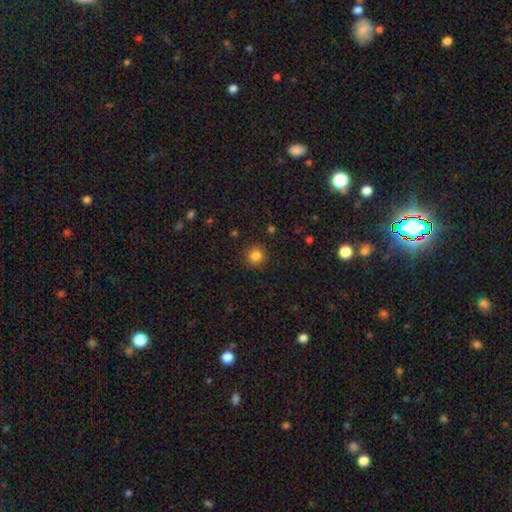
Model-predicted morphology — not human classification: smooth_or_featured: smooth (p=0.84) [alt: star or artifact p=0.12]
how_rounded: round (p=0.93) [alt: in between p=0.06]
merging: none (p=0.91) [alt: minor disturbance p=0.06]